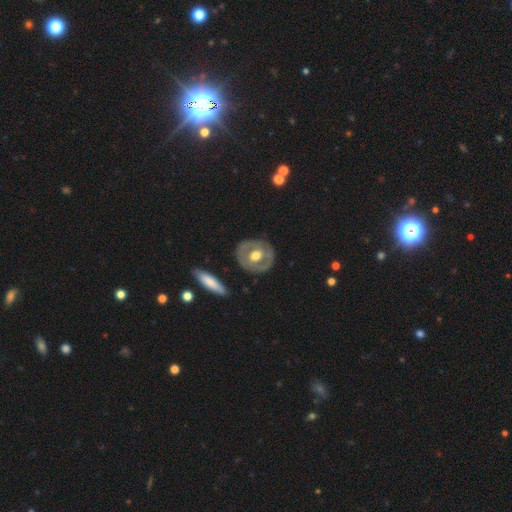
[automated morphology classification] featured or disk 58%, smooth 38%, star or artifact 5%. Down the decision tree: edge-on disk — no (93%); bar — no (71%); spiral arms — no (84%); bulge size — moderate (66%); merging — none (82%).